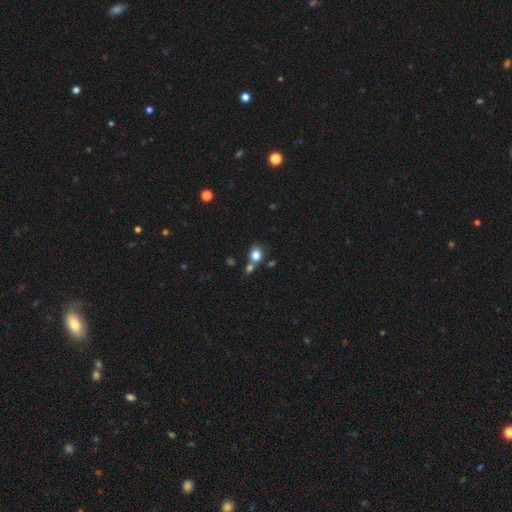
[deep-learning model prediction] Smooth or featured: smooth — 80% (star or artifact — 12%)
How rounded: round — 67% (in between — 32%)
Merging: none — 54% (merger — 28%)